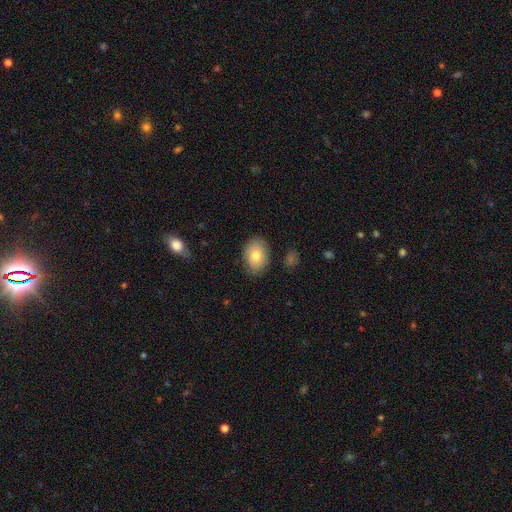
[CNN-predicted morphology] Smooth or featured? smooth (80%)
How rounded? in between (81%)
Merging? none (83%)